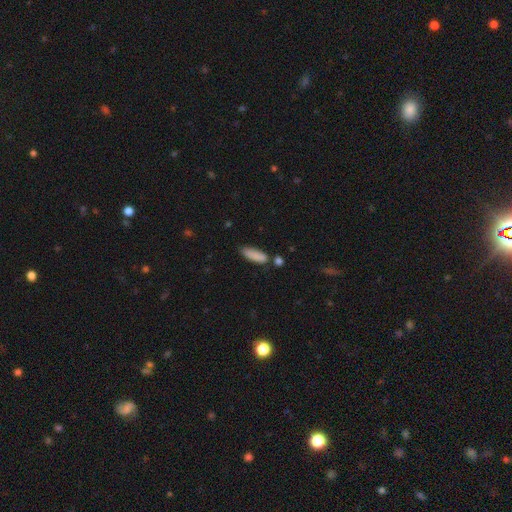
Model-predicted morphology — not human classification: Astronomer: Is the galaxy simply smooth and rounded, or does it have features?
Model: smooth — 87%.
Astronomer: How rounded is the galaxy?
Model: in between — 50% (runner-up: cigar-shaped, 48%).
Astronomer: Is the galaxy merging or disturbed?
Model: none — 70%.